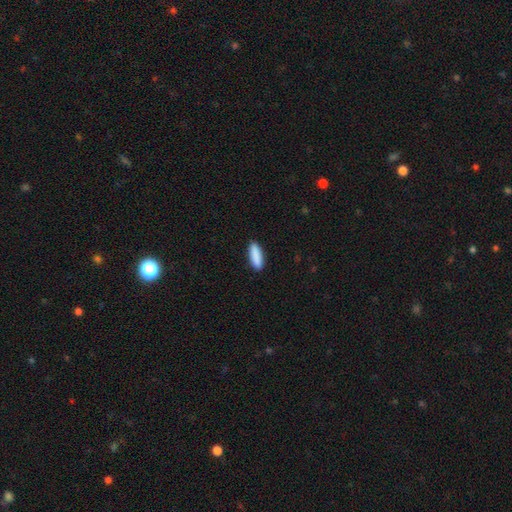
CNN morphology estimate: smooth-or-featured: smooth: 90% | star or artifact: 6% | featured or disk: 5%
  how-rounded: cigar-shaped: 52% | in between: 46% | round: 2%
  merging: none: 90% | minor disturbance: 7% | major disturbance: 2% | merger: 1%